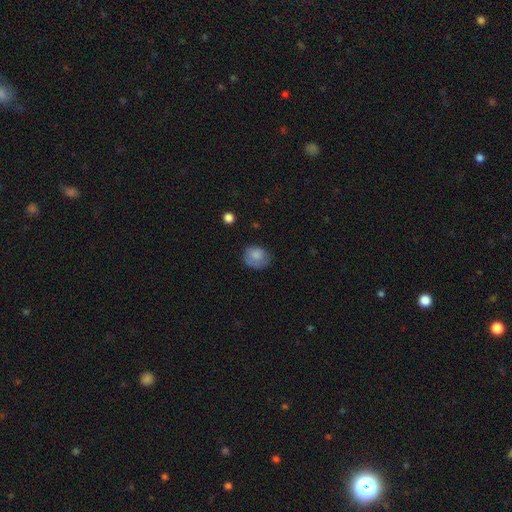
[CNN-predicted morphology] Smooth or featured? smooth (77%)
How rounded? round (61%)
Merging? none (60%)